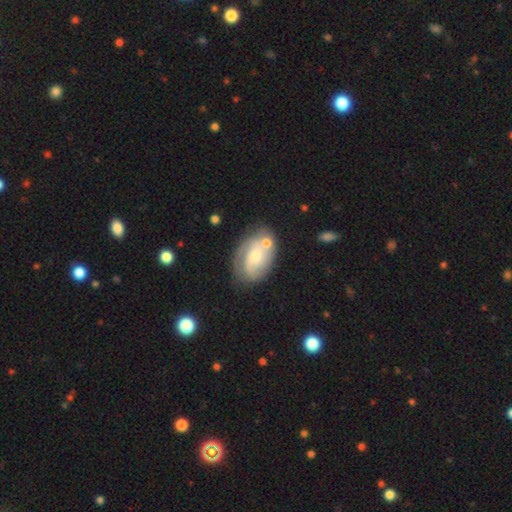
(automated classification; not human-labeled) Smooth or featured? Predicted: featured or disk (p=0.67). Edge-on disk? Predicted: no (p=0.97). Bar? Predicted: no (p=0.67). Spiral arms? Predicted: yes (p=0.84). Spiral winding? Predicted: medium (p=0.41). Spiral arm count? Predicted: 2 (p=0.44). Bulge size? Predicted: small (p=0.52). Merging? Predicted: none (p=0.52).